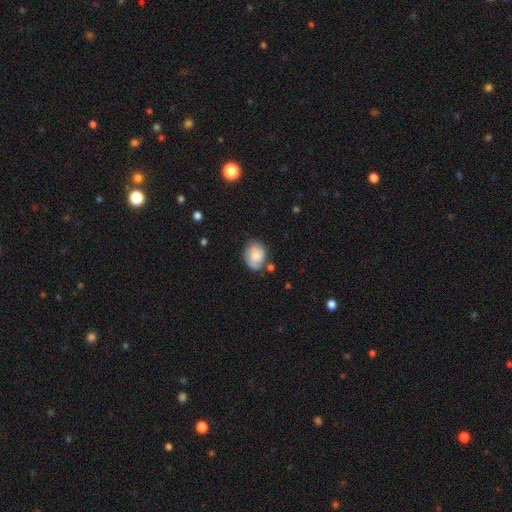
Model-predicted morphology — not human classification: smooth 68%, featured or disk 24%, star or artifact 8%. Down the decision tree: how rounded — in between (60%); merging — none (64%).